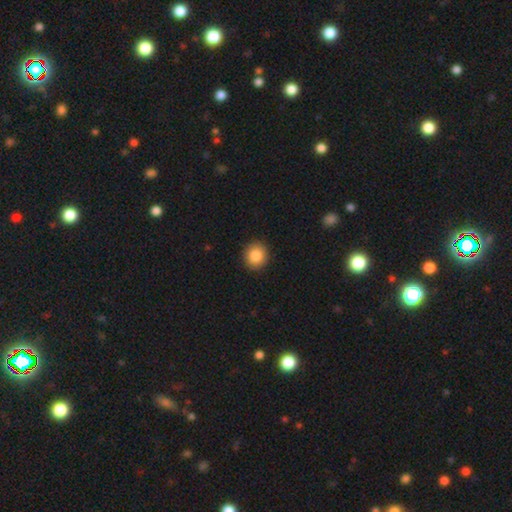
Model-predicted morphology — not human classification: This is clearly a smooth galaxy (85%). How rounded: clearly round (85%). Merging: clearly none (91%).